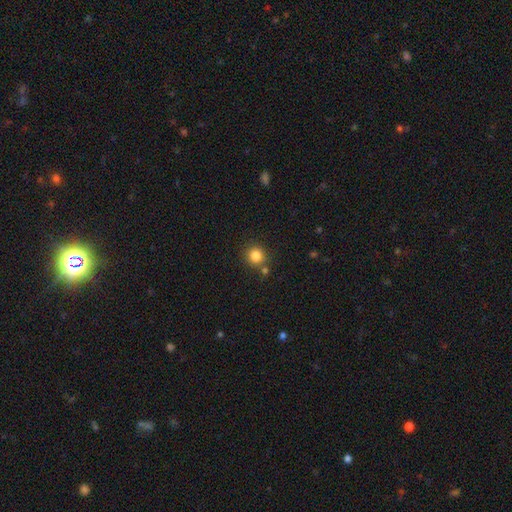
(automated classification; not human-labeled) Smooth or featured? Predicted: smooth (p=0.83). How rounded? Predicted: round (p=0.91). Merging? Predicted: none (p=0.78).